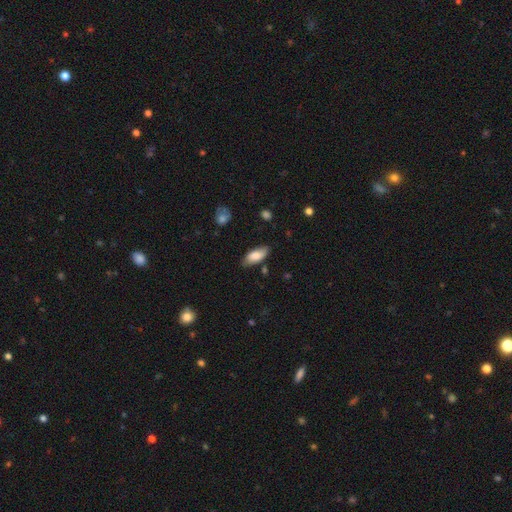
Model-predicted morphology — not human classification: Smooth or featured? smooth (81%)
How rounded? in between (83%)
Merging? none (77%)